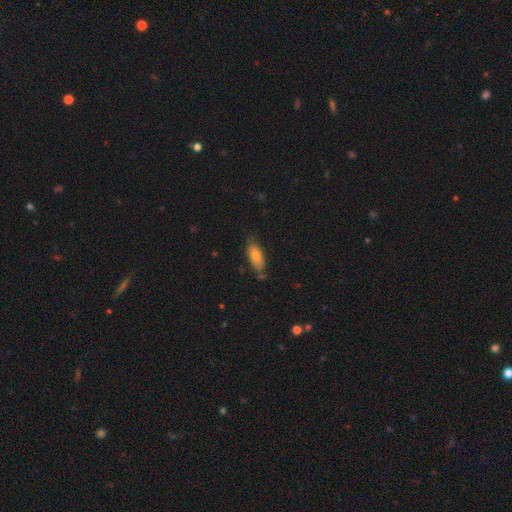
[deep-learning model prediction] smooth-or-featured: smooth: 76% | featured or disk: 18% | star or artifact: 7%
  how-rounded: in between: 82% | cigar-shaped: 16% | round: 2%
  merging: none: 68% | minor disturbance: 23% | major disturbance: 5% | merger: 4%